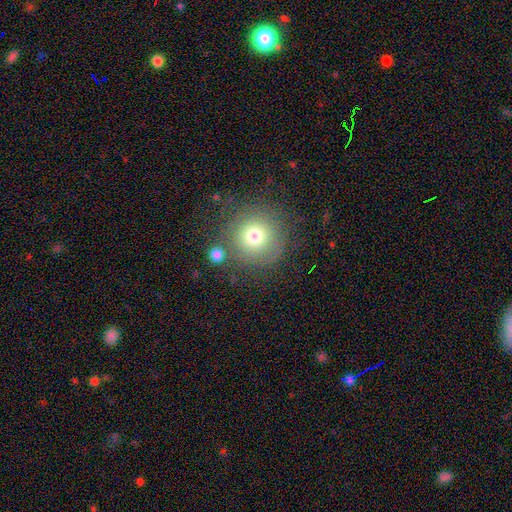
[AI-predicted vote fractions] Smooth or featured? smooth (62%)
How rounded? round (94%)
Merging? none (83%)